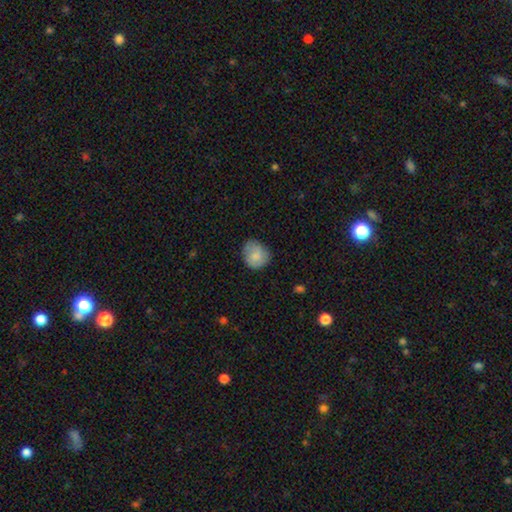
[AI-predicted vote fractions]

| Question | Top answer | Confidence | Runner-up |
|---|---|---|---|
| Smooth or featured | smooth | 74% | featured or disk (19%) |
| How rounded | round | 76% | in between (23%) |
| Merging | none | 72% | minor disturbance (22%) |